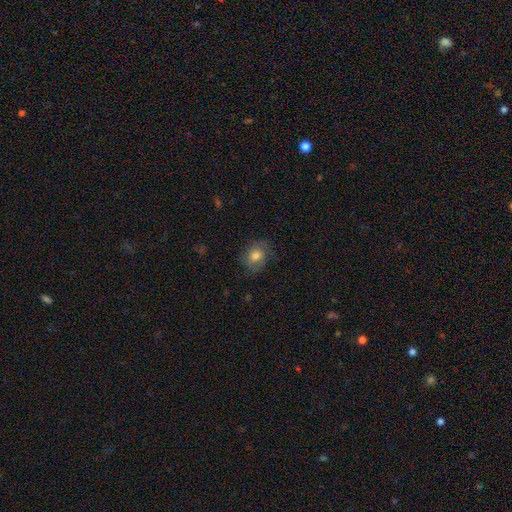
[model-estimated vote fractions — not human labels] This is likely a smooth galaxy (73%). How rounded: possibly round (50%). Merging: likely none (74%).